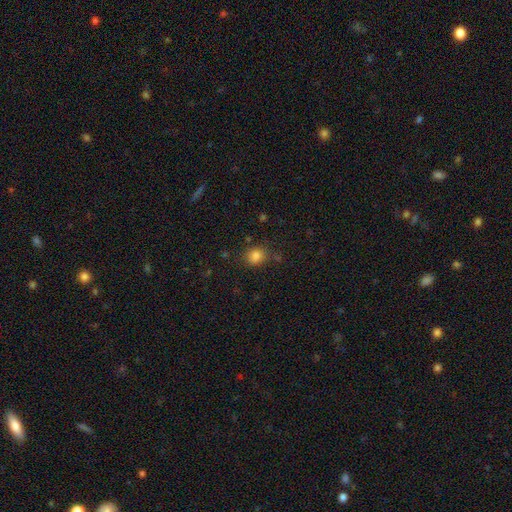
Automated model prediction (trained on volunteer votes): The model was most divided on "how rounded": round: 69%, in between: 30%, cigar-shaped: 1%. More confident: smooth or featured — smooth (83%); merging — none (78%).